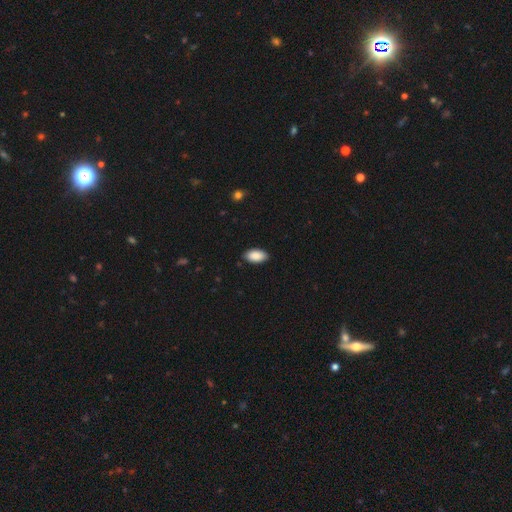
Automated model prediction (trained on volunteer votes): smooth_or_featured: smooth (p=0.90) [alt: star or artifact p=0.06]
how_rounded: in between (p=0.95) [alt: round p=0.03]
merging: none (p=0.87) [alt: minor disturbance p=0.11]